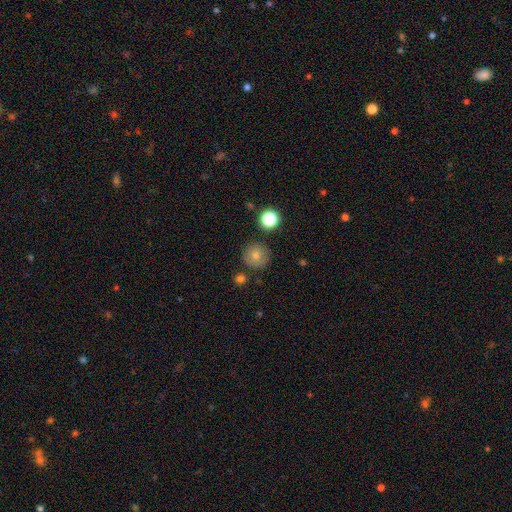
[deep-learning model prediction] Morphology: type=smooth (77%); roundness=round (94%); merging=none (85%).